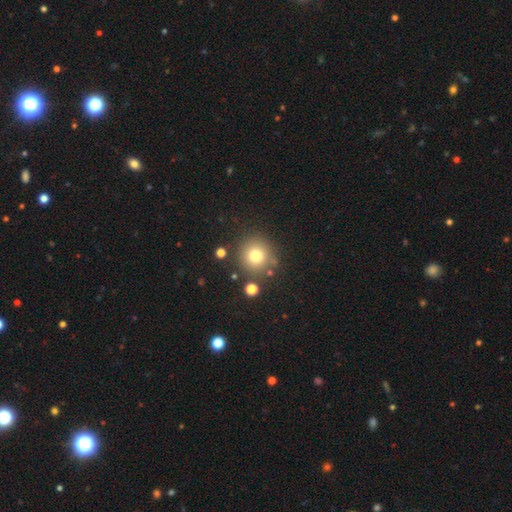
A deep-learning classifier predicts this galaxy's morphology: Smooth or featured: smooth — 76% (star or artifact — 14%)
How rounded: round — 93% (in between — 6%)
Merging: none — 81% (minor disturbance — 9%)